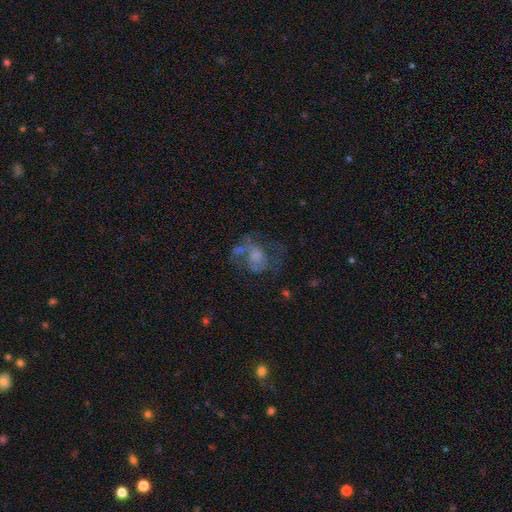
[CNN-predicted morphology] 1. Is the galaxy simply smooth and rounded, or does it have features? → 54% featured or disk, 28% smooth, 18% star or artifact.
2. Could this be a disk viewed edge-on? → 97% no, 3% yes.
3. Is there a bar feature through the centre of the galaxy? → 81% no, 16% weak, 3% strong.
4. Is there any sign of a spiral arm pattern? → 57% no, 43% yes.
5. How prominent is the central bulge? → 38% moderate, 29% small, 21% none, 10% large, 2% dominant.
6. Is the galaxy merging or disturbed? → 41% none, 31% major disturbance, 18% minor disturbance, 10% merger.